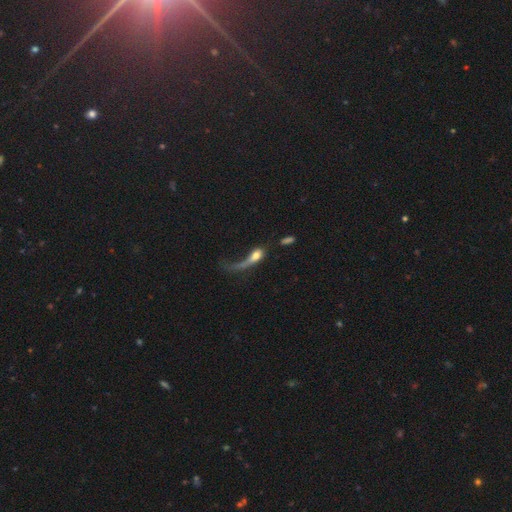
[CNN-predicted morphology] Smooth or featured?
  - smooth: 51% *
  - featured or disk: 38%
  - star or artifact: 10%
How rounded?
  - in between: 55% *
  - cigar-shaped: 28%
  - round: 17%
Merging?
  - major disturbance: 61% *
  - none: 17%
  - minor disturbance: 12%
  - merger: 11%